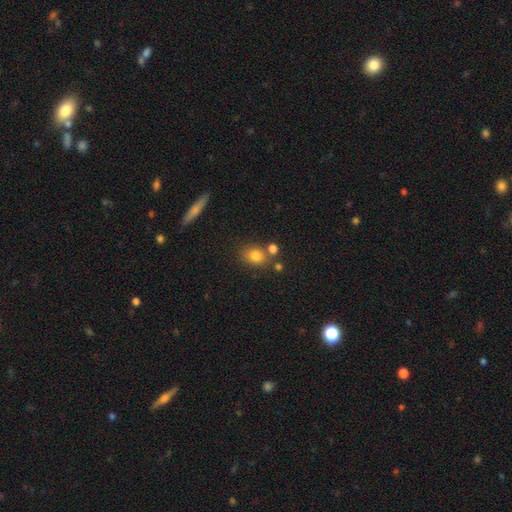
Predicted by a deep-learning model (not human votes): Smooth or featured?
  - smooth: 79% *
  - star or artifact: 12%
  - featured or disk: 8%
How rounded?
  - round: 56% *
  - in between: 43%
  - cigar-shaped: 2%
Merging?
  - none: 67% *
  - merger: 16%
  - minor disturbance: 13%
  - major disturbance: 4%